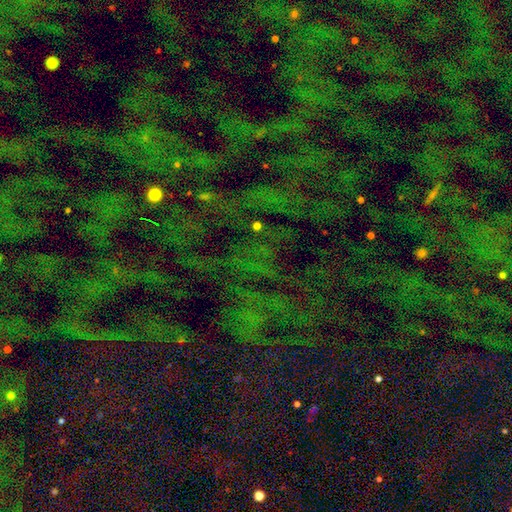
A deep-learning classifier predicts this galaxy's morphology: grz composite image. It shows a star or artifact, not a galaxy (79%).